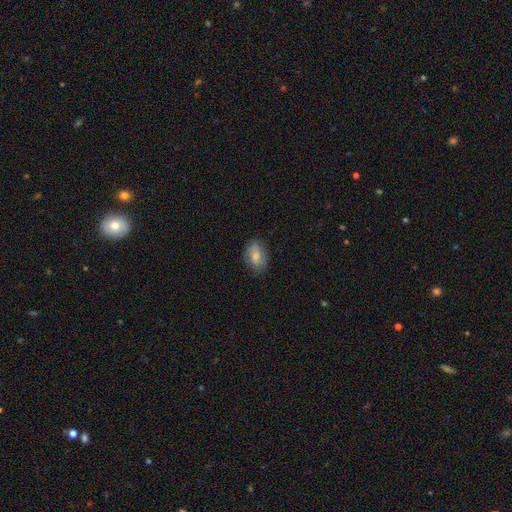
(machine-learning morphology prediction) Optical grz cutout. It shows a smooth galaxy with no disk features (77%) that is in between round and cigar-shaped (85%). Merging: none (77%).